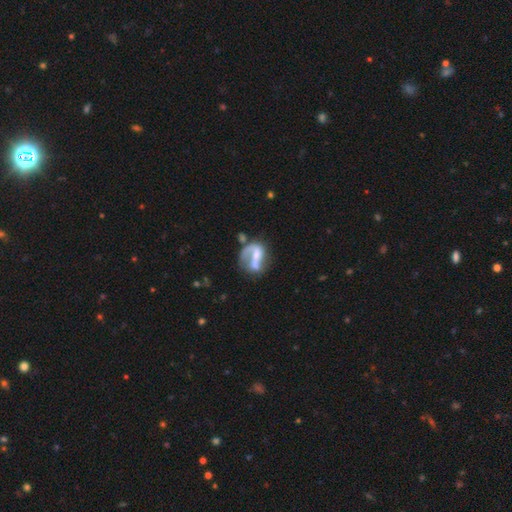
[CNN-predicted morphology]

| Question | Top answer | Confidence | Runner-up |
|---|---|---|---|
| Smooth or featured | featured or disk | 60% | smooth (31%) |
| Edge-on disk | no | 96% | yes (4%) |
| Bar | no | 40% | weak (32%) |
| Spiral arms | yes | 60% | no (40%) |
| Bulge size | none | 32% | small (30%) |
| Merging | none | 32% | major disturbance (31%) |